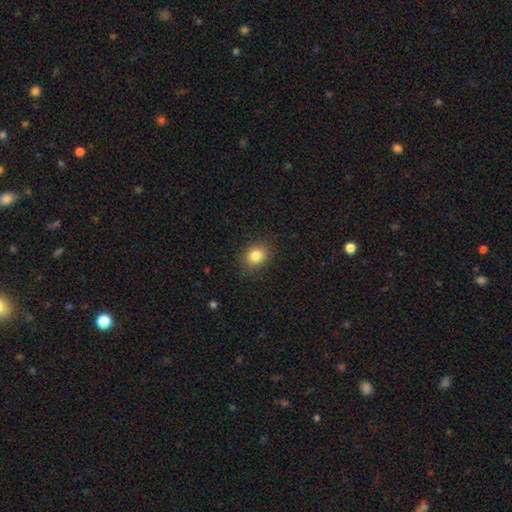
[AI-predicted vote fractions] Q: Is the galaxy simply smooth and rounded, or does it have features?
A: smooth — 83%.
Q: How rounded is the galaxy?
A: round — 62%.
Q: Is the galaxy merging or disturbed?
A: none — 86%.